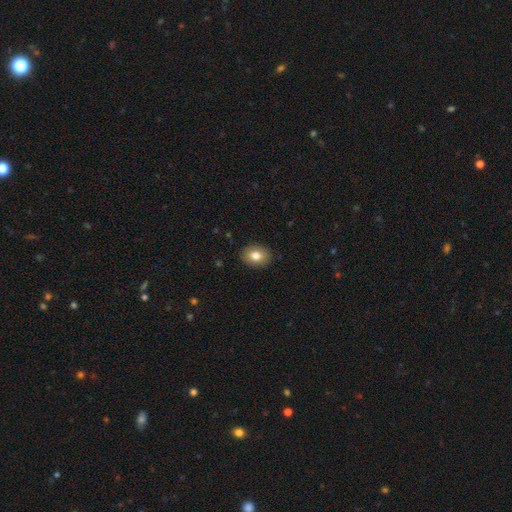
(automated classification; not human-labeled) smooth 80%, featured or disk 12%, star or artifact 8%. Down the decision tree: how rounded — in between (65%); merging — none (88%).